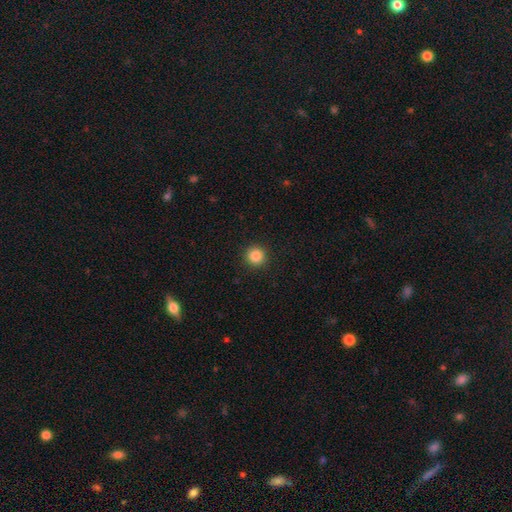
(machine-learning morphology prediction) Smooth or featured? smooth (85%)
How rounded? round (96%)
Merging? none (93%)